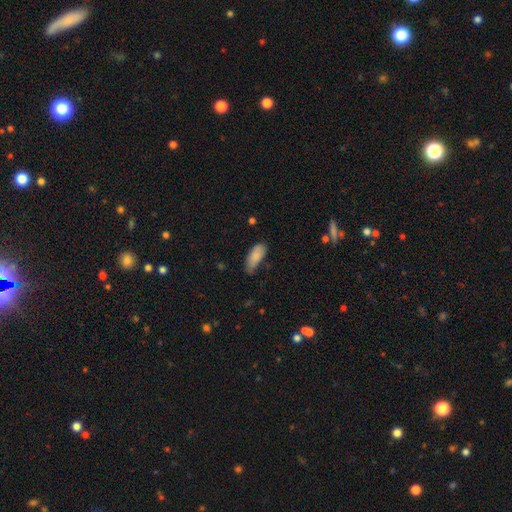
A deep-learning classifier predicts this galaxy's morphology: This appears to be a smooth galaxy with no disk features (86%) that is in between round and cigar-shaped (82%). Merging: none (57%).